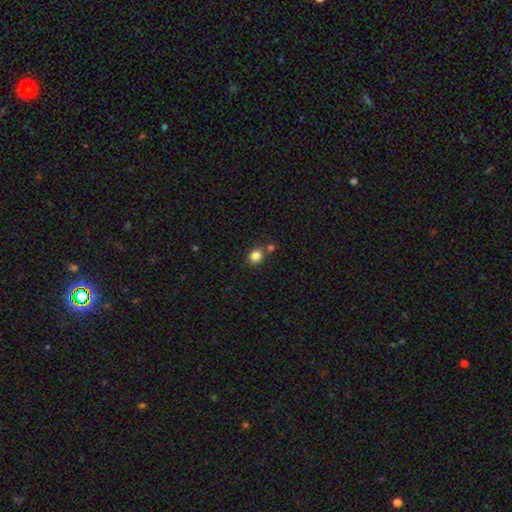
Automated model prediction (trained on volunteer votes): Q: Smooth or featured?
A: smooth (84%); runner-up: star or artifact (11%)
Q: How rounded?
A: round (68%); runner-up: in between (31%)
Q: Merging?
A: none (65%); runner-up: merger (21%)